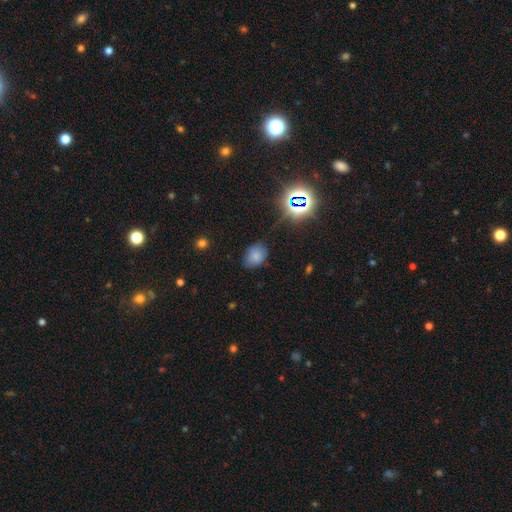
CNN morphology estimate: This is likely a smooth galaxy (74%). How rounded: likely in between (66%). Merging: likely none (73%).